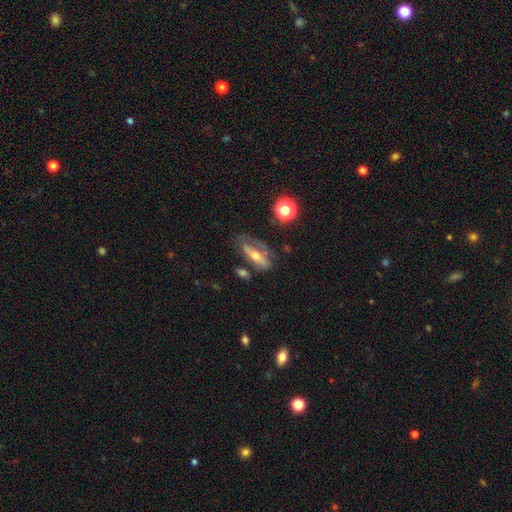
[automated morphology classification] The model was most divided on "smooth or featured": featured or disk: 57%, smooth: 34%, star or artifact: 9%. Remaining: edge-on disk — no (64%); merging — none (50%).